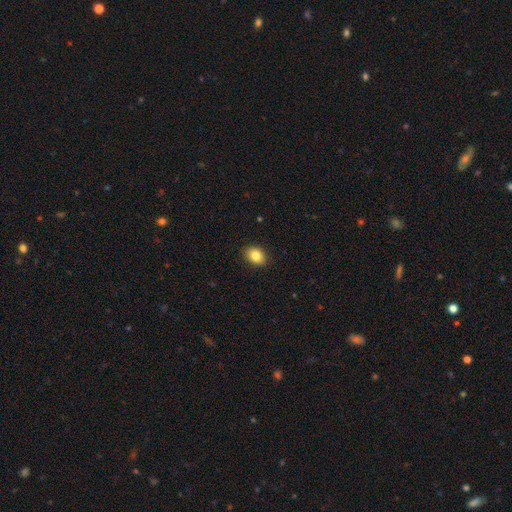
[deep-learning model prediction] Smooth or featured? Predicted: smooth (p=0.85). How rounded? Predicted: in between (p=0.67). Merging? Predicted: none (p=0.89).